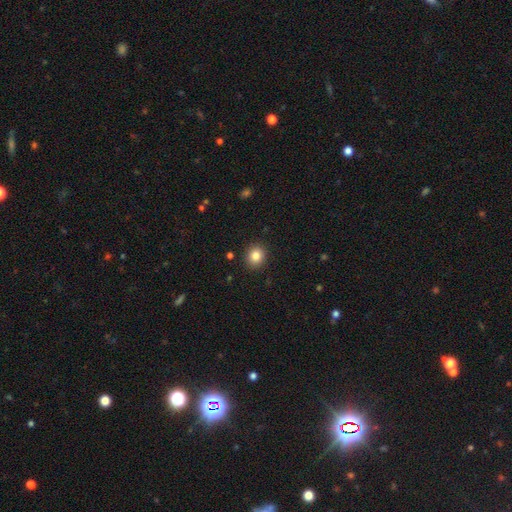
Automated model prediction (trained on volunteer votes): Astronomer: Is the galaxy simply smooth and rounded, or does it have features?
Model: smooth — 84%.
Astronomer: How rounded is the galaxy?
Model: round — 79%.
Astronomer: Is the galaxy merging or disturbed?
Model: none — 91%.